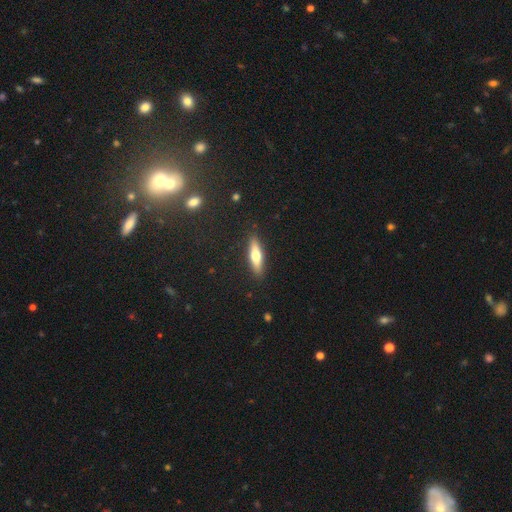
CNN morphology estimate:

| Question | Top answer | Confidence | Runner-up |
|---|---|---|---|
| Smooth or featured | smooth | 58% | featured or disk (36%) |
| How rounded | cigar-shaped | 69% | in between (29%) |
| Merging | none | 89% | minor disturbance (8%) |